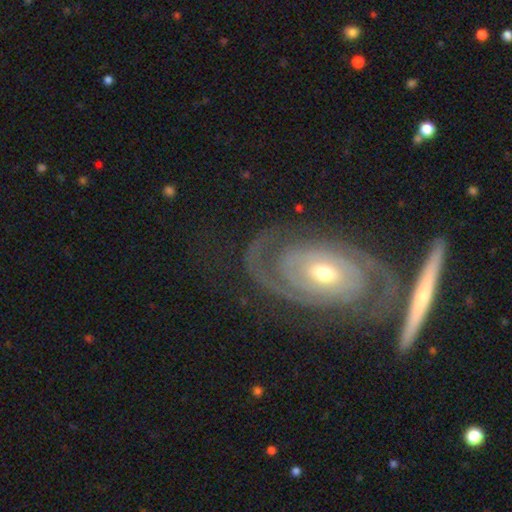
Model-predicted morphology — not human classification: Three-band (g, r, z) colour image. It shows a featured or disk galaxy (88%) with no bar (68%), 2 (64%) tight (74%) spiral arms (95%) and a moderate central bulge (56%). Merging: none (68%).